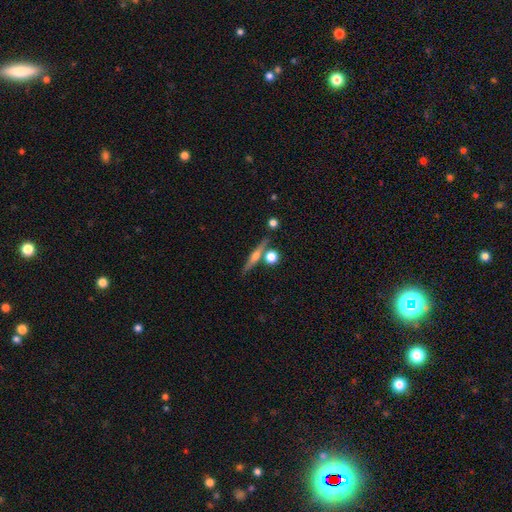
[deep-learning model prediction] featured or disk 57%, smooth 34%, star or artifact 9%. Down the decision tree: edge-on disk — yes (94%); edge-on bulge — rounded (84%); merging — none (75%).